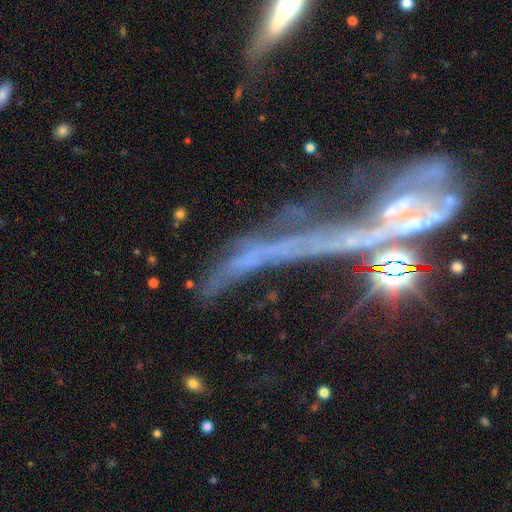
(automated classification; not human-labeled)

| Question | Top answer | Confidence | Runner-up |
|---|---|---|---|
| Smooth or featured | featured or disk | 46% | star or artifact (36%) |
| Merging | none | 38% | major disturbance (25%) |